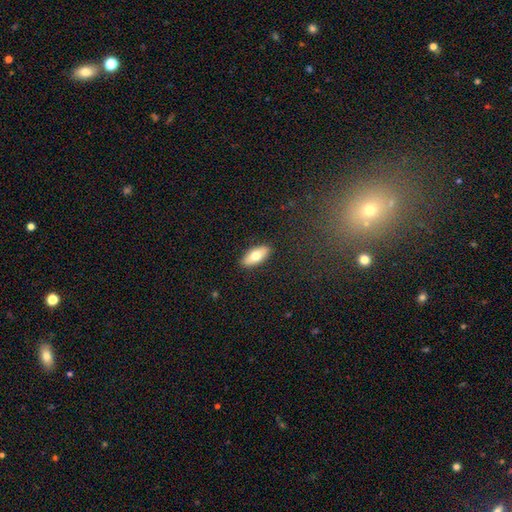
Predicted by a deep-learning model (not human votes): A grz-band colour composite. It shows a smooth galaxy with no disk features (73%) that is in between round and cigar-shaped (84%). Merging: none (90%).